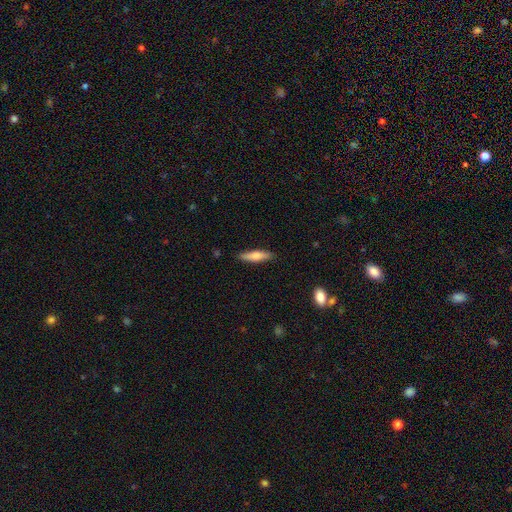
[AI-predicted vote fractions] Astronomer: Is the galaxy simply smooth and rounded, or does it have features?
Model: smooth — 69%.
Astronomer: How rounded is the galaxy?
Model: cigar-shaped — 76%.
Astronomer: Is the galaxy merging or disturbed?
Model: none — 88%.